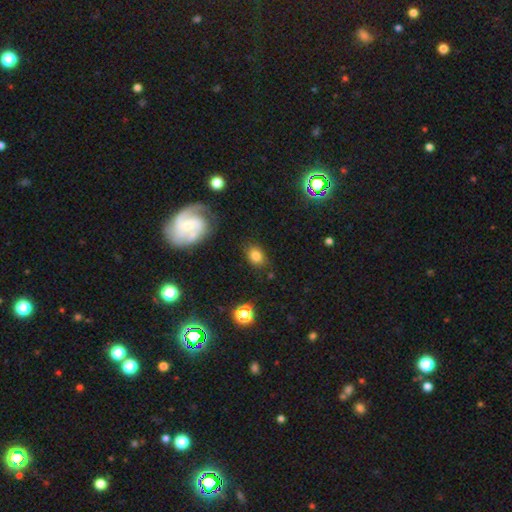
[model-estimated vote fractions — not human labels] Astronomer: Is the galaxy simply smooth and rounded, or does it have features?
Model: smooth — 76%.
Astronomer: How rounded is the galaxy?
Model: in between — 62%.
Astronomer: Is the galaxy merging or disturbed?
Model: none — 80%.